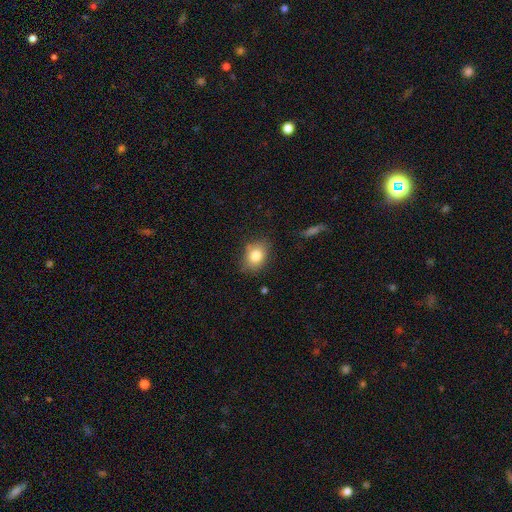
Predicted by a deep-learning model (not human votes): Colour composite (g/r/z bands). It shows a smooth galaxy with no disk features (81%) that is in between round and cigar-shaped (62%). Merging: none (77%).